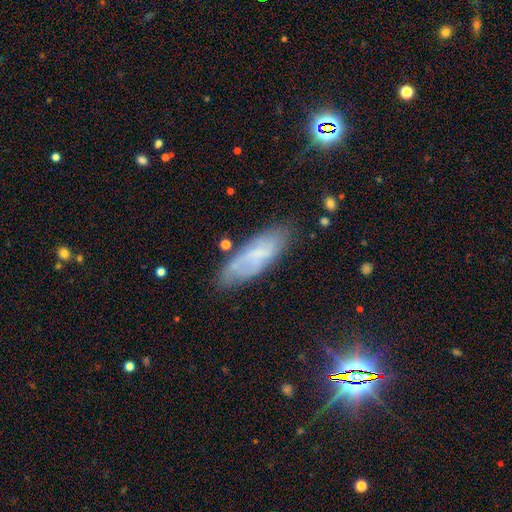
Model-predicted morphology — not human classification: This is possibly a smooth galaxy (51%). How rounded: likely in between (63%). Merging: likely none (72%).